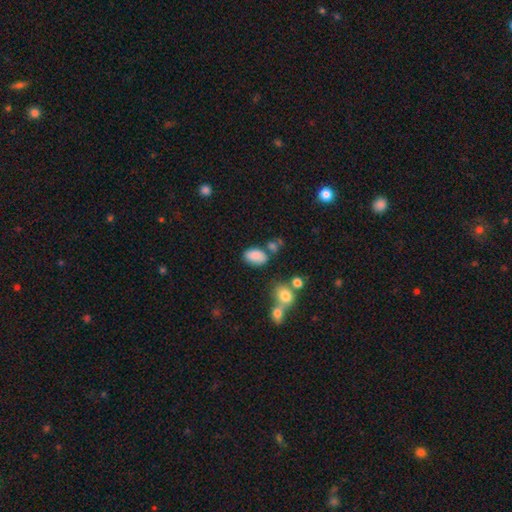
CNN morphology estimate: A smooth galaxy with no disk features (84%) that is in between round and cigar-shaped (90%). Merging: none (66%).